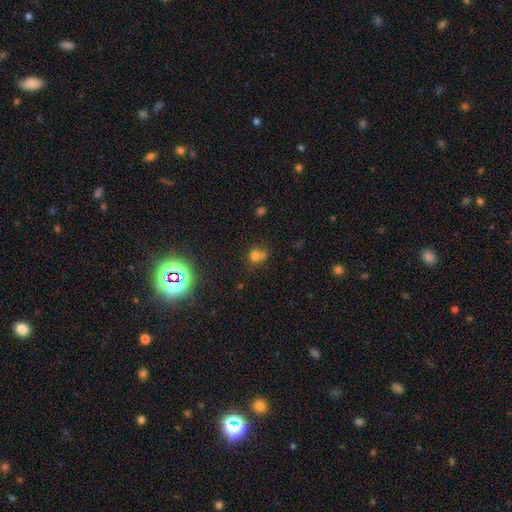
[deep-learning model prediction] smooth 70%, star or artifact 19%, featured or disk 12%. Down the decision tree: how rounded — round (75%); merging — none (44%).